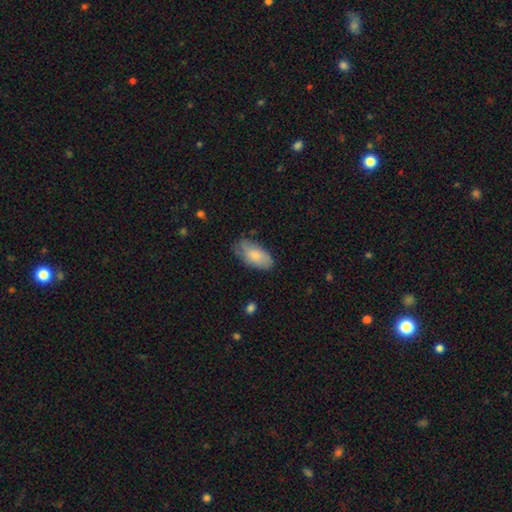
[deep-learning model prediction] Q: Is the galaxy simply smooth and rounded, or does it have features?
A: smooth — 76%.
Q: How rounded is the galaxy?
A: in between — 93%.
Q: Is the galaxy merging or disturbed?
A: none — 63%.